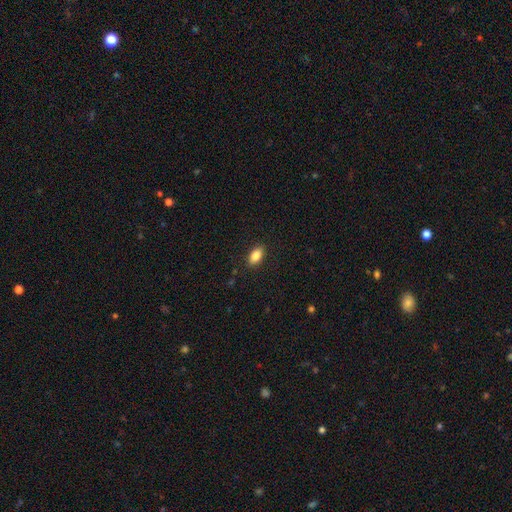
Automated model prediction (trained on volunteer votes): This appears to be a smooth galaxy with no disk features (86%) that is in between round and cigar-shaped (89%). Merging: none (87%).